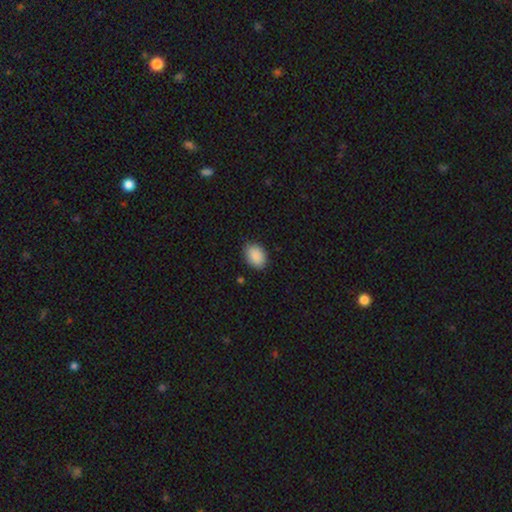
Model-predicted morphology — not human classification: smooth-or-featured: smooth: 90% | star or artifact: 7% | featured or disk: 3%
  how-rounded: in between: 75% | round: 25% | cigar-shaped: 1%
  merging: none: 85% | minor disturbance: 12% | major disturbance: 2% | merger: 1%